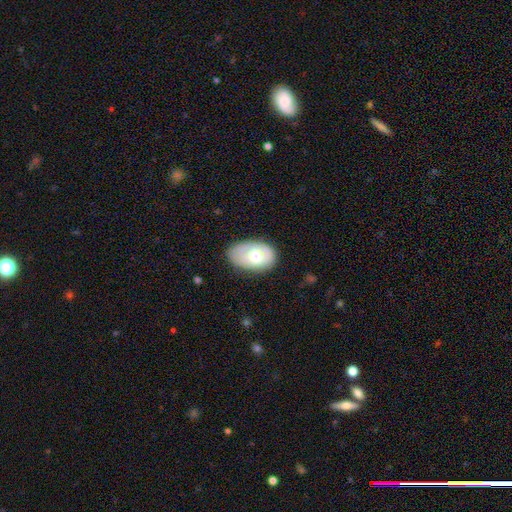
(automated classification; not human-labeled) Smooth or featured?
  - smooth: 60% *
  - featured or disk: 34%
  - star or artifact: 7%
How rounded?
  - in between: 87% *
  - round: 12%
  - cigar-shaped: 1%
Merging?
  - none: 66% *
  - minor disturbance: 26%
  - major disturbance: 7%
  - merger: 1%